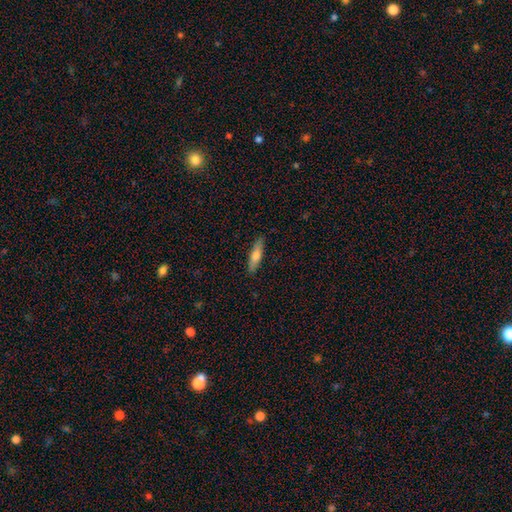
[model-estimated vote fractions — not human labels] A smooth galaxy with no disk features (67%) that is cigar-shaped (69%). Merging: none (87%).